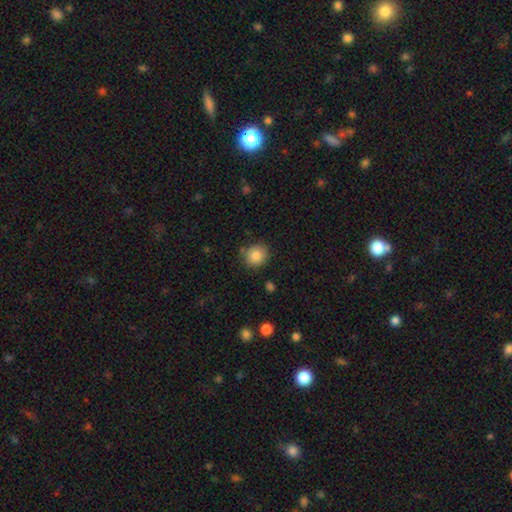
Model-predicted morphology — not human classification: type=smooth (84%); roundness=round (86%); merging=none (80%).